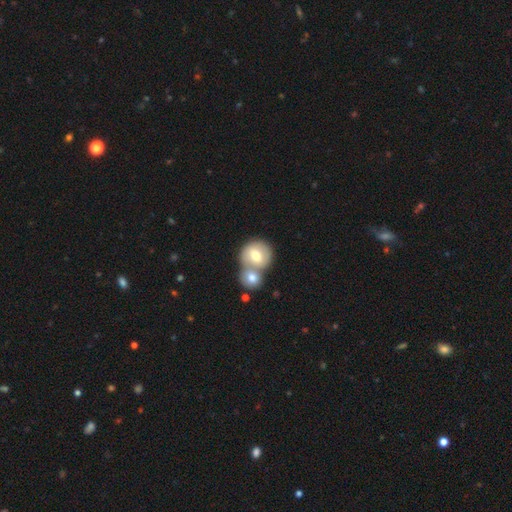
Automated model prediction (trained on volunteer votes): Overall: smooth (67%). How rounded: round (82%). Merging: merger (62%; none 29%).